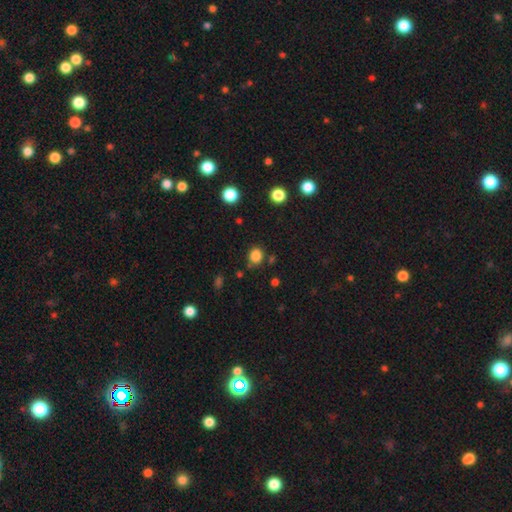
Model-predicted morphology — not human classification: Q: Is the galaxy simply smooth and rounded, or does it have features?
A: smooth — 84%.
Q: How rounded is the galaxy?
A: round — 79%.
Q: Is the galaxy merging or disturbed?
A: none — 81%.